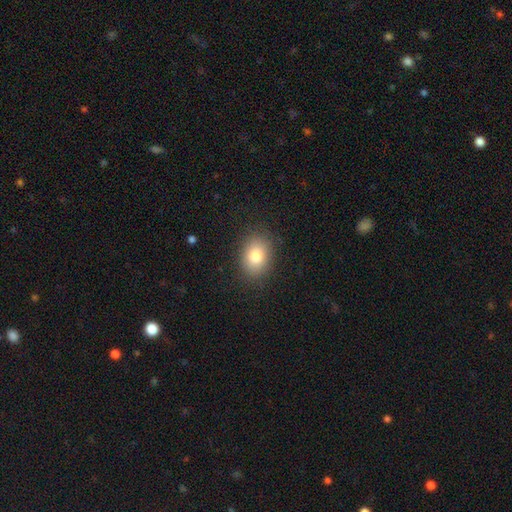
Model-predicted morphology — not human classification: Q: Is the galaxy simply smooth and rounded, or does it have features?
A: smooth — 80%.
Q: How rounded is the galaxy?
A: in between — 66%.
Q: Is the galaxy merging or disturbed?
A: none — 86%.